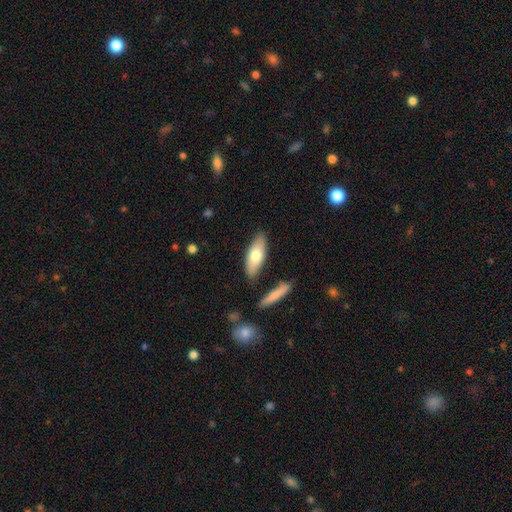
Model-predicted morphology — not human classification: A smooth galaxy with no disk features (71%) that is in between round and cigar-shaped (68%). Merging: none (82%).